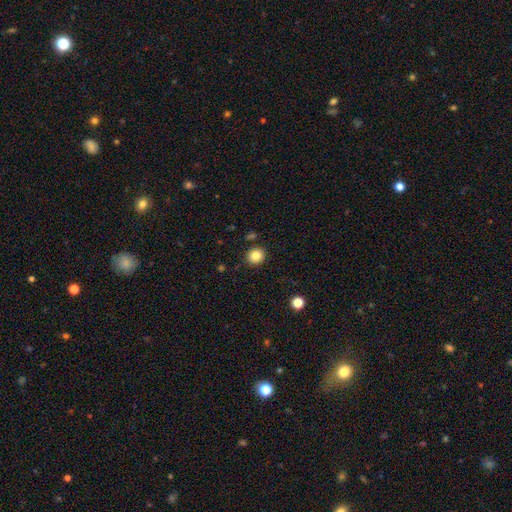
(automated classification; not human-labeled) Morphology: type=smooth (85%); roundness=round (88%); merging=none (89%).